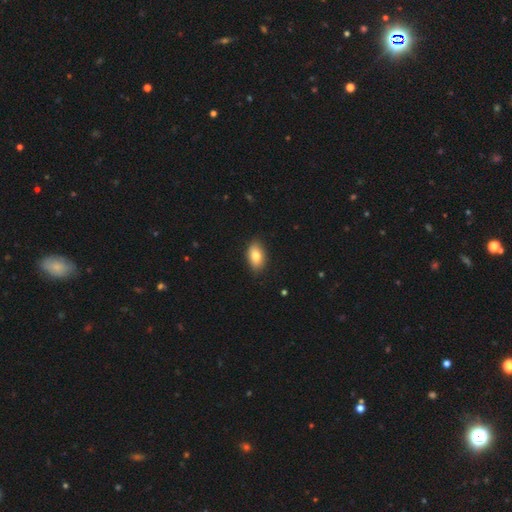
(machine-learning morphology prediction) Smooth or featured: smooth — 81% (featured or disk — 12%)
How rounded: in between — 91% (round — 6%)
Merging: none — 86% (minor disturbance — 11%)